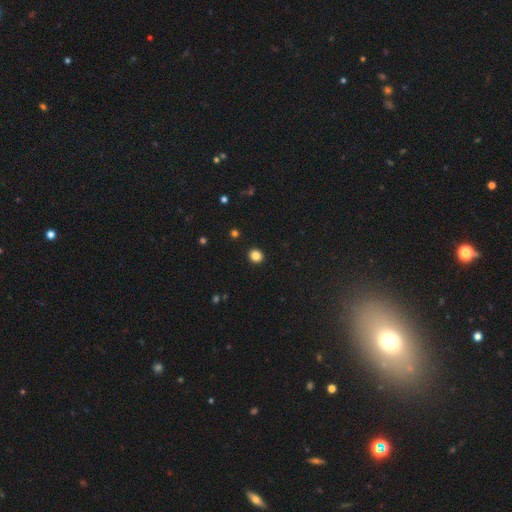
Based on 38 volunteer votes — smooth_or_featured: smooth (p=0.84) [alt: star or artifact p=0.11]
how_rounded: round (p=0.97) [alt: in between p=0.03]
merging: none (p=0.94) [alt: minor disturbance p=0.03]